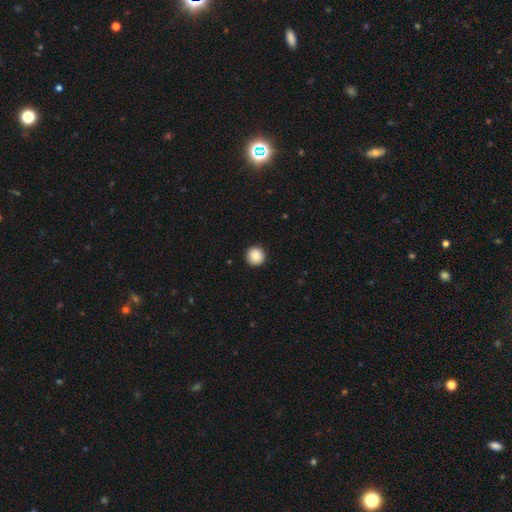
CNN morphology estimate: smooth_or_featured: smooth (p=0.89) [alt: star or artifact p=0.09]
how_rounded: round (p=0.95) [alt: in between p=0.04]
merging: none (p=0.92) [alt: minor disturbance p=0.05]